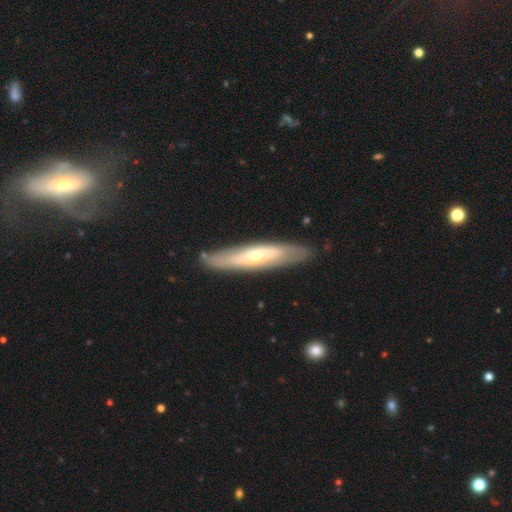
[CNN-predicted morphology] Overall: featured or disk (57%; smooth 38%). Edge-on disk: yes (60%; no 40%). Merging: none (85%).